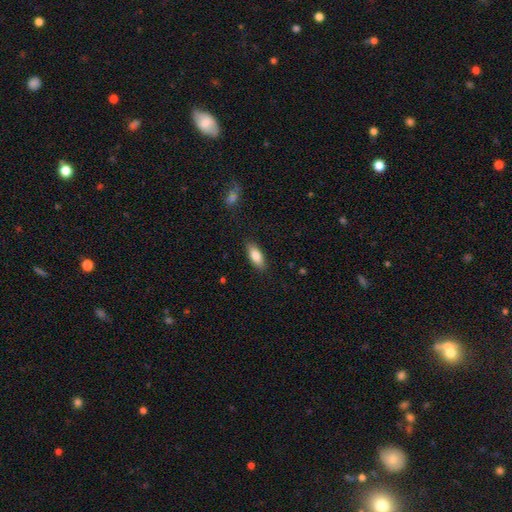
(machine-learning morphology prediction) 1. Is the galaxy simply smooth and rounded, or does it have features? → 83% smooth, 11% featured or disk, 6% star or artifact.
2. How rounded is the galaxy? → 79% in between, 19% cigar-shaped, 2% round.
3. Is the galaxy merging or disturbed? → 87% none, 10% minor disturbance, 2% major disturbance, 1% merger.